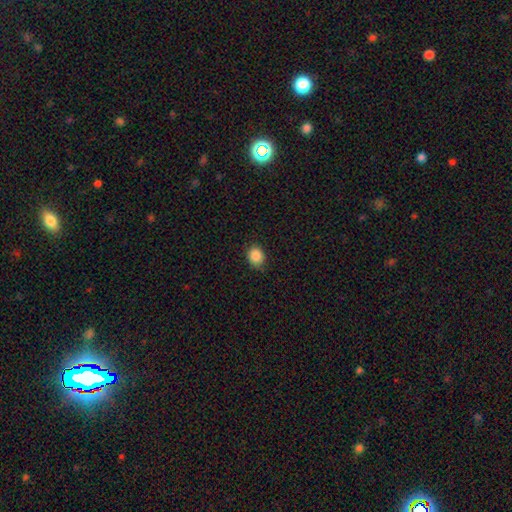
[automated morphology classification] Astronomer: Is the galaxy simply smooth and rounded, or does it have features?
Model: smooth — 88%.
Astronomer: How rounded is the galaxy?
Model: round — 61% (runner-up: in between, 38%).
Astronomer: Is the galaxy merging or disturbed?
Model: none — 83%.